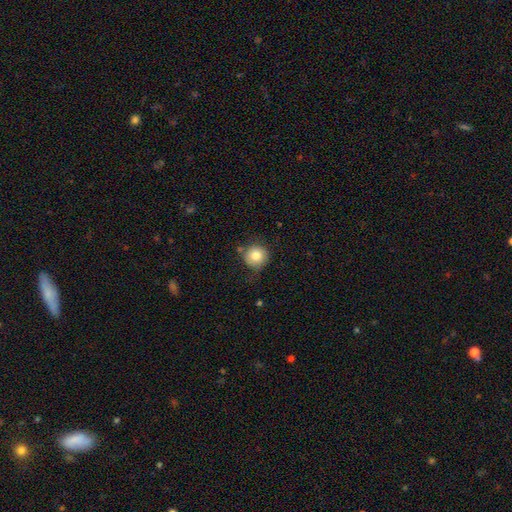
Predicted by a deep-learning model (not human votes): Smooth or featured: smooth — 80% (featured or disk — 10%)
How rounded: round — 93% (in between — 6%)
Merging: none — 68% (minor disturbance — 22%)